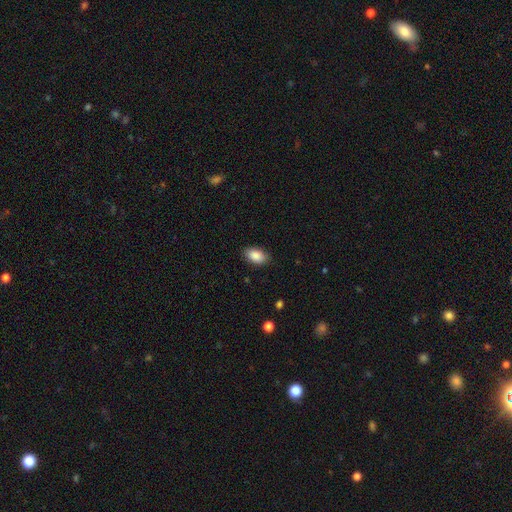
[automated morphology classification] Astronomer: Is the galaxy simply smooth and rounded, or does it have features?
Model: smooth — 89%.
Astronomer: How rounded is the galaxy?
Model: in between — 93%.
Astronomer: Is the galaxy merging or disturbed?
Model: none — 87%.